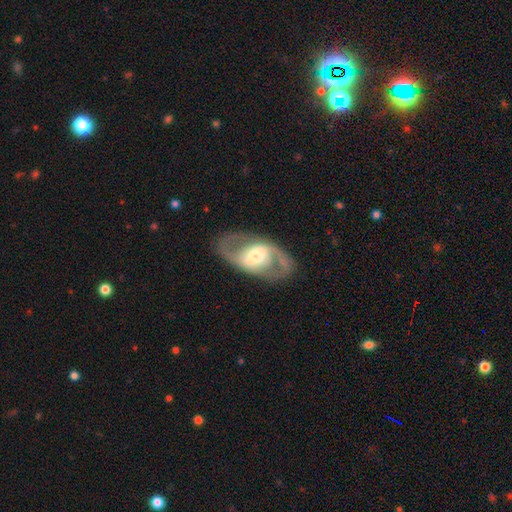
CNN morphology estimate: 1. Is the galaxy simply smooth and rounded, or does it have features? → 79% featured or disk, 15% smooth, 5% star or artifact.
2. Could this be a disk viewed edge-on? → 94% no, 6% yes.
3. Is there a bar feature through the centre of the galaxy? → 39% weak, 31% strong, 31% no.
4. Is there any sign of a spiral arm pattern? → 77% yes, 23% no.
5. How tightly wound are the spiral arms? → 53% medium, 26% loose, 21% tight.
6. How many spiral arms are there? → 88% 2, 7% can't tell, 2% 1, 1% 3, 1% 4, 1% more than 4.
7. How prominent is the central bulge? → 55% moderate, 21% large, 20% small, 2% dominant, 1% none.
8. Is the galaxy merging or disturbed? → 81% none, 11% minor disturbance, 7% major disturbance, 1% merger.